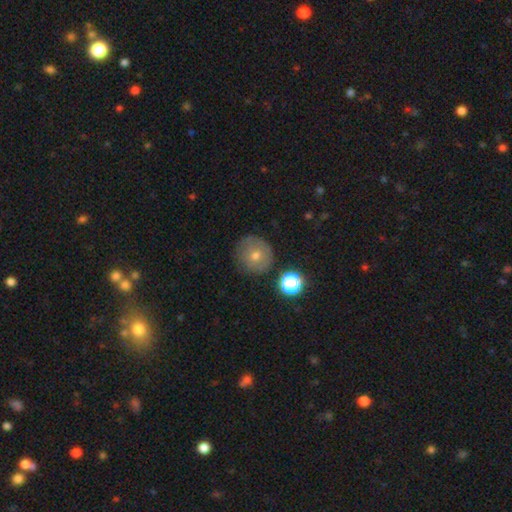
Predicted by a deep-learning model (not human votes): A smooth galaxy with no disk features (61%) that is round (93%).

Vote fractions:
- Smooth or featured? smooth: 61% / featured or disk: 25% / star or artifact: 15%
- How rounded? round: 93% / in between: 6% / cigar-shaped: 1%
- Merging? none: 80% / minor disturbance: 13% / major disturbance: 4% / merger: 3%